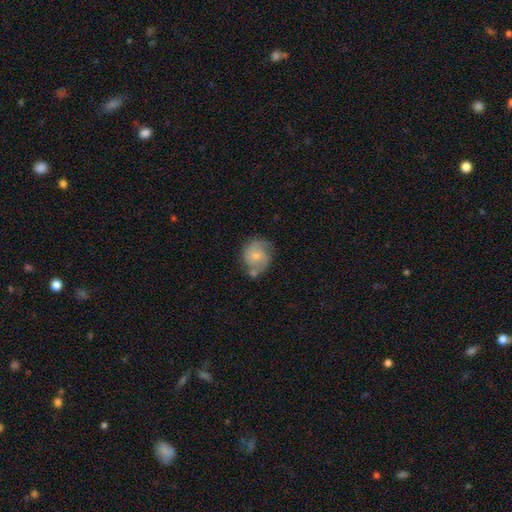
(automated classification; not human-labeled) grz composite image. It shows a featured or disk galaxy (61%) with no bar (65%), 2 (75%) medium (49%) spiral arms (89%) and a small central bulge (59%). Merging: none (59%).